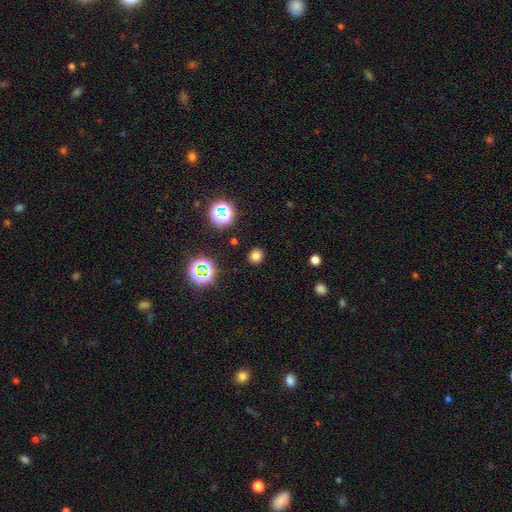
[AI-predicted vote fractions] Overall: smooth (74%). How rounded: round (80%). Merging: none (89%).